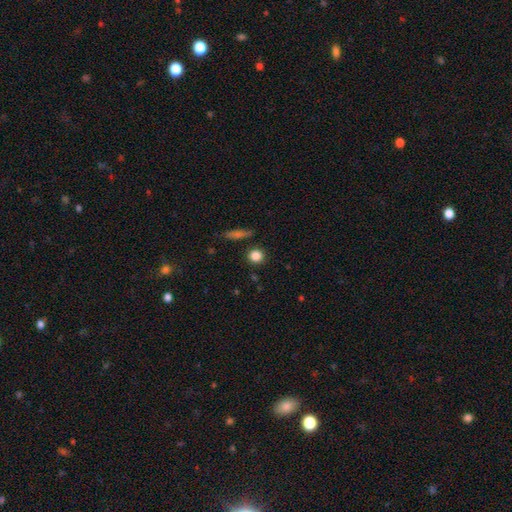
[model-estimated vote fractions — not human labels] Smooth or featured? smooth (84%)
How rounded? round (88%)
Merging? none (86%)